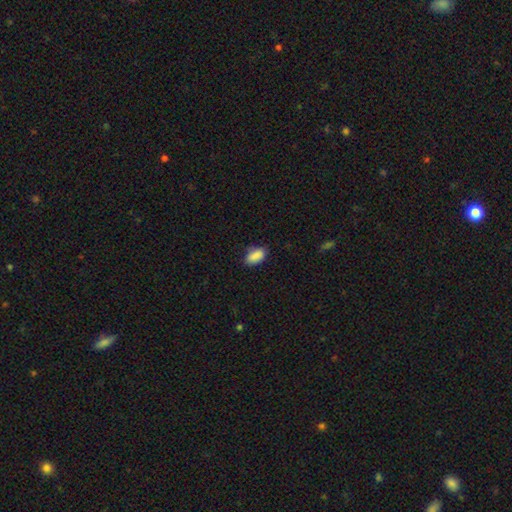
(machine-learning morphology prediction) Q: Smooth or featured?
A: smooth (88%); runner-up: star or artifact (7%)
Q: How rounded?
A: in between (91%); runner-up: cigar-shaped (4%)
Q: Merging?
A: none (75%); runner-up: minor disturbance (20%)